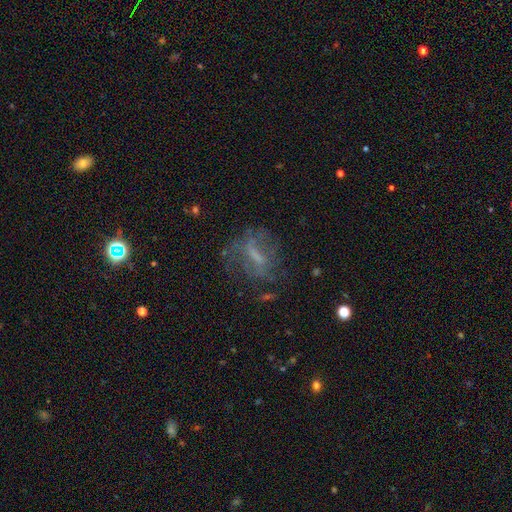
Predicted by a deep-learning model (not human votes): Smooth or featured?
  - featured or disk: 50% *
  - smooth: 31%
  - star or artifact: 18%
Edge-on disk?
  - no: 90% *
  - yes: 10%
Merging?
  - none: 55% *
  - major disturbance: 23%
  - minor disturbance: 19%
  - merger: 3%